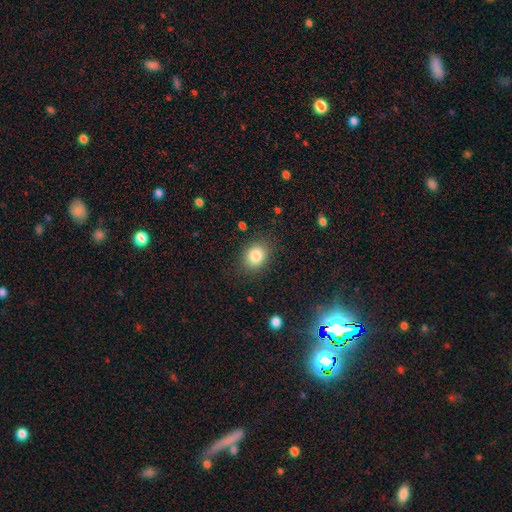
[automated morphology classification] Smooth or featured: smooth — 84% (star or artifact — 10%)
How rounded: round — 53% (in between — 46%)
Merging: none — 84% (minor disturbance — 12%)